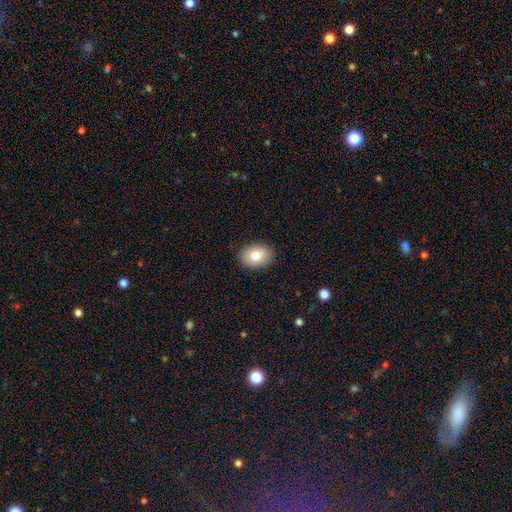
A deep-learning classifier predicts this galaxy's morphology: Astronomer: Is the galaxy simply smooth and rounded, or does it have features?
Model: smooth — 79%.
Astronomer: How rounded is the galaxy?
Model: in between — 69%.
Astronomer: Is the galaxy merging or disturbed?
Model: none — 88%.